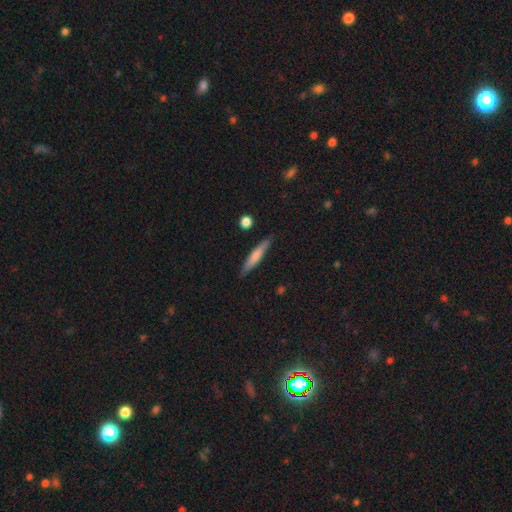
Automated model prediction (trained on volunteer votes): Smooth or featured? smooth (67%)
How rounded? cigar-shaped (90%)
Merging? none (86%)